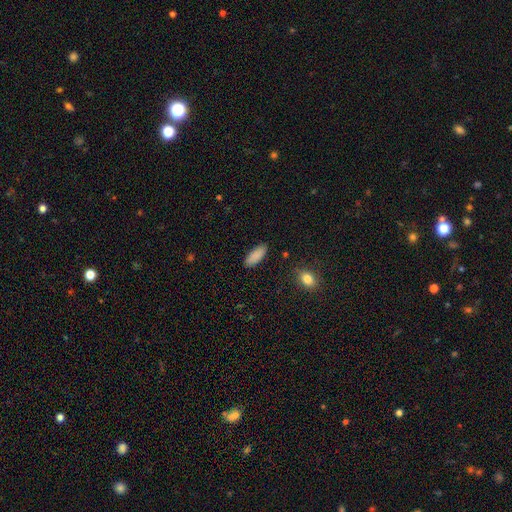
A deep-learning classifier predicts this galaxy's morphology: Smooth or featured: smooth — 89% (star or artifact — 7%)
How rounded: in between — 76% (cigar-shaped — 22%)
Merging: none — 88% (minor disturbance — 9%)